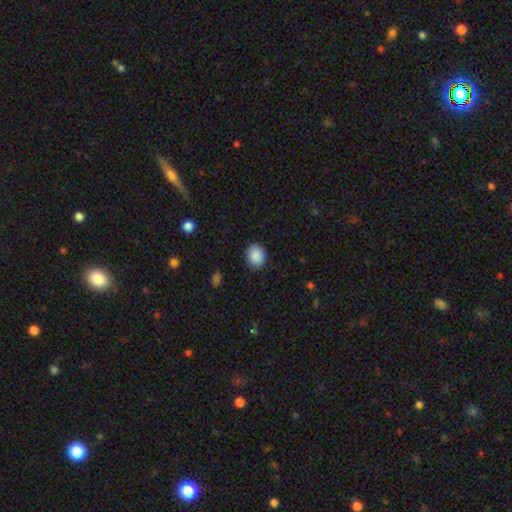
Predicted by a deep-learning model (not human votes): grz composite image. It shows a smooth galaxy with no disk features (90%) that is round (56%). Merging: none (88%).